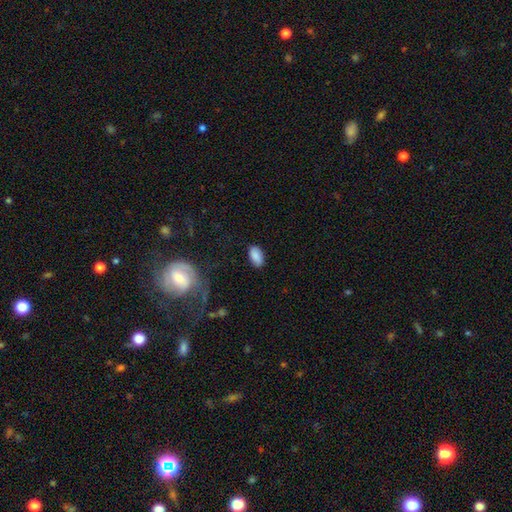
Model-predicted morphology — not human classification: This appears to be a smooth galaxy with no disk features (86%) that is in between round and cigar-shaped (94%). Merging: none (82%).